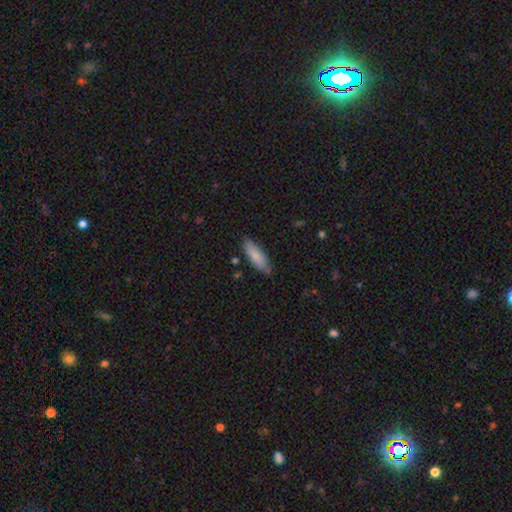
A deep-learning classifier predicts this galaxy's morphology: Smooth or featured? Predicted: smooth (p=0.84). How rounded? Predicted: in between (p=0.53). Merging? Predicted: none (p=0.79).